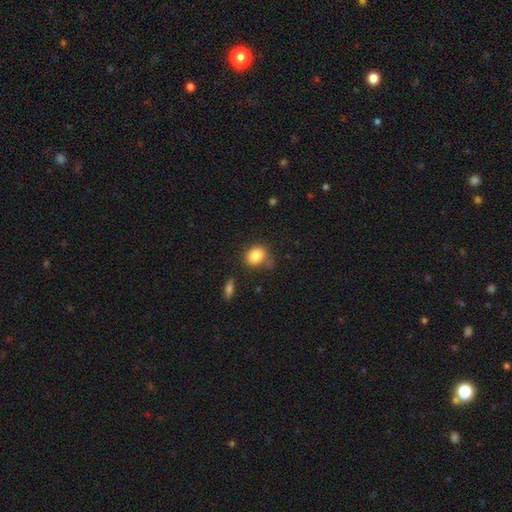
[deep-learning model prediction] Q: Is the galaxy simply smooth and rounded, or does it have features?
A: smooth — 83%.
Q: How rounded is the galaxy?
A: round — 53%.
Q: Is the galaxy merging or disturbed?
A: none — 59%.